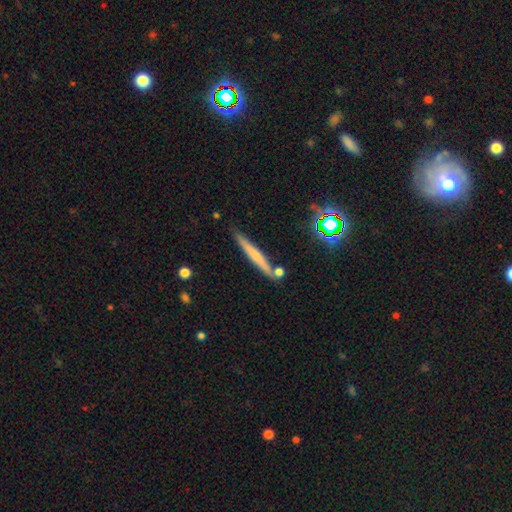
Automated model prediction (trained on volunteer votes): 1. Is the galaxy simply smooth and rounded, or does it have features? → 48% smooth, 42% featured or disk, 10% star or artifact.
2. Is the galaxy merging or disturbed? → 79% none, 11% minor disturbance, 7% merger, 2% major disturbance.